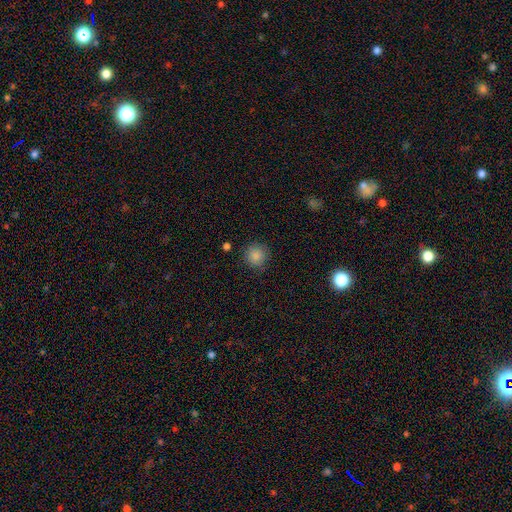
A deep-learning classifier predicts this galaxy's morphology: Smooth or featured? smooth (86%)
How rounded? round (93%)
Merging? none (85%)